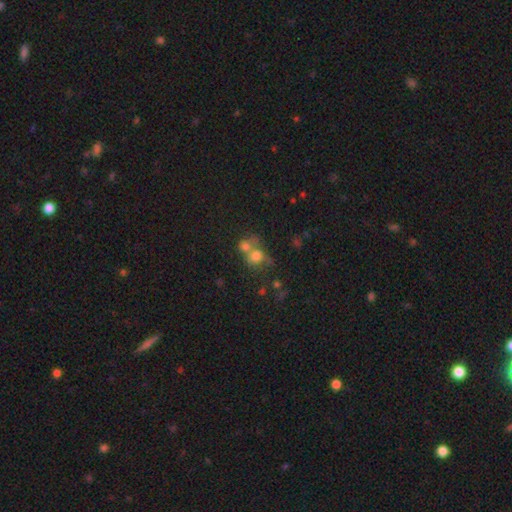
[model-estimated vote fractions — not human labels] Smooth or featured: smooth — 70% (featured or disk — 15%)
How rounded: round — 69% (in between — 30%)
Merging: merger — 57% (none — 28%)